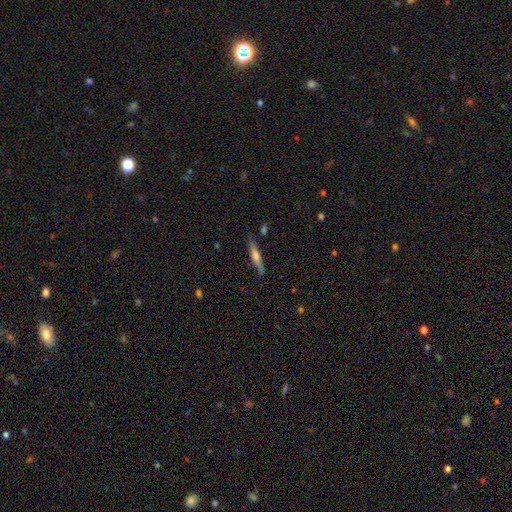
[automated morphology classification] A featured or disk galaxy (47%). Merging: none (82%).